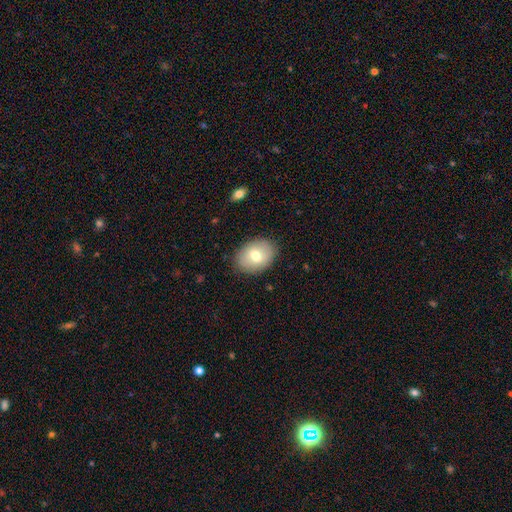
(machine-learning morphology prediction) type=smooth (71%); roundness=in between (68%); merging=none (86%).